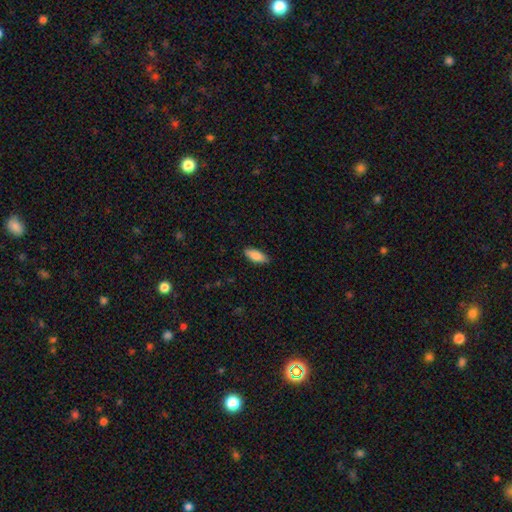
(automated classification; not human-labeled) Morphology: type=smooth (84%); roundness=in between (79%); merging=none (86%).